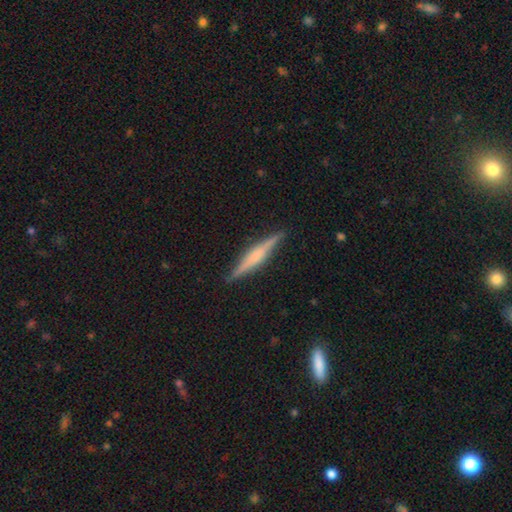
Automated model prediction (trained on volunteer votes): smooth_or_featured: featured or disk (p=0.66) [alt: smooth p=0.28]
disk_edge_on: yes (p=0.98) [alt: no p=0.02]
edge_on_bulge: rounded (p=0.52) [alt: boxy p=0.30]
merging: none (p=0.89) [alt: minor disturbance p=0.08]